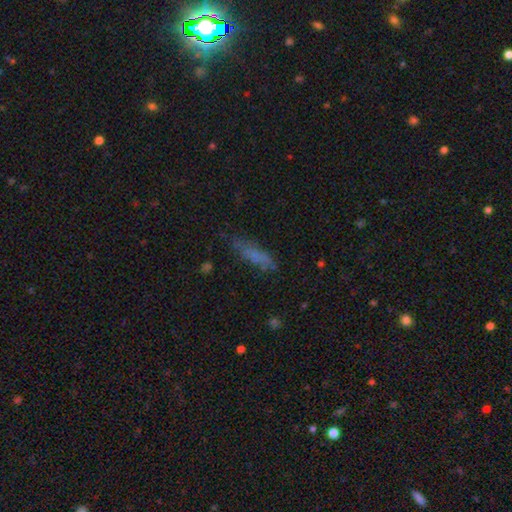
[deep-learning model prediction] Smooth or featured?
  - smooth: 66% *
  - featured or disk: 22%
  - star or artifact: 12%
How rounded?
  - cigar-shaped: 68% *
  - in between: 29%
  - round: 2%
Merging?
  - none: 66% *
  - minor disturbance: 23%
  - major disturbance: 9%
  - merger: 3%